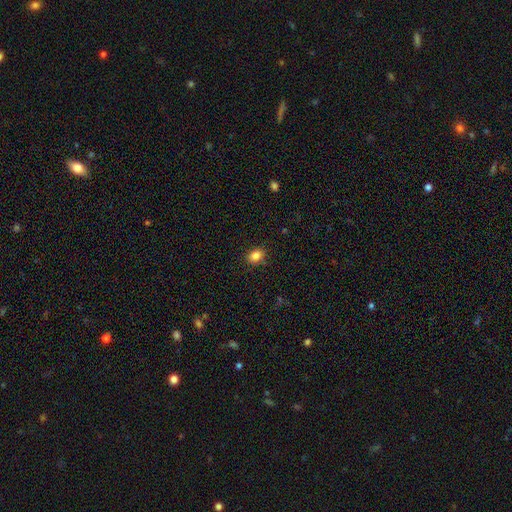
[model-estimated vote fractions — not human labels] Smooth or featured? Predicted: smooth (p=0.85). How rounded? Predicted: in between (p=0.62). Merging? Predicted: none (p=0.86).